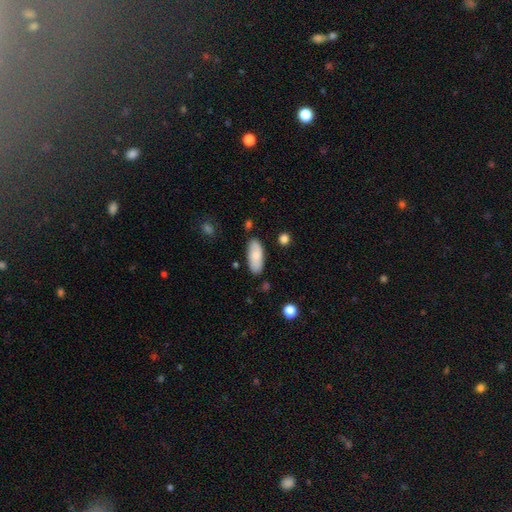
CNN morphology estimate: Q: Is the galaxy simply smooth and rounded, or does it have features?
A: smooth — 80%.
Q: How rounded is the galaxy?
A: in between — 83%.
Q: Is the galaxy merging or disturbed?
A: none — 82%.